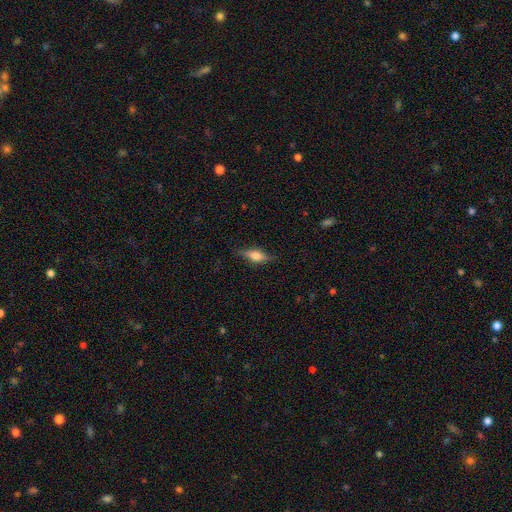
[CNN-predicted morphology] Smooth or featured? Predicted: featured or disk (p=0.51). Edge-on disk? Predicted: yes (p=0.93). Merging? Predicted: none (p=0.82).